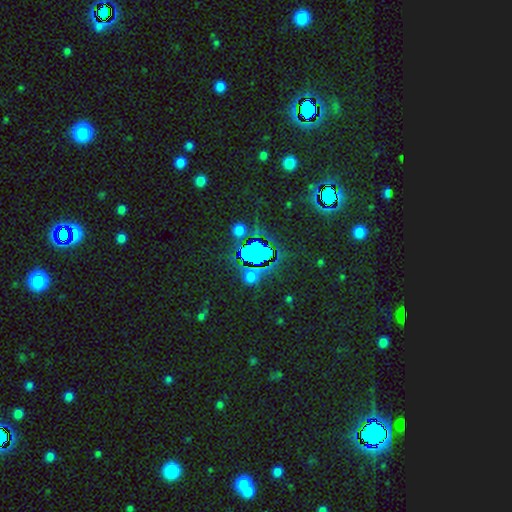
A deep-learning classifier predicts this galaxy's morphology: Overall: star or artifact (65%; smooth 26%).